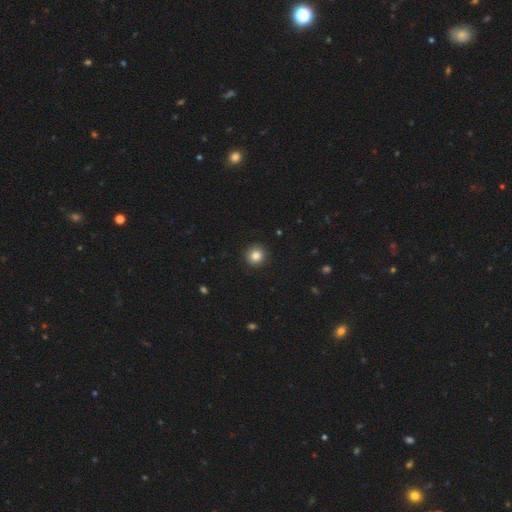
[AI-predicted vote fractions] Q: Smooth or featured?
A: smooth (85%); runner-up: star or artifact (10%)
Q: How rounded?
A: round (95%); runner-up: in between (4%)
Q: Merging?
A: none (93%); runner-up: minor disturbance (5%)